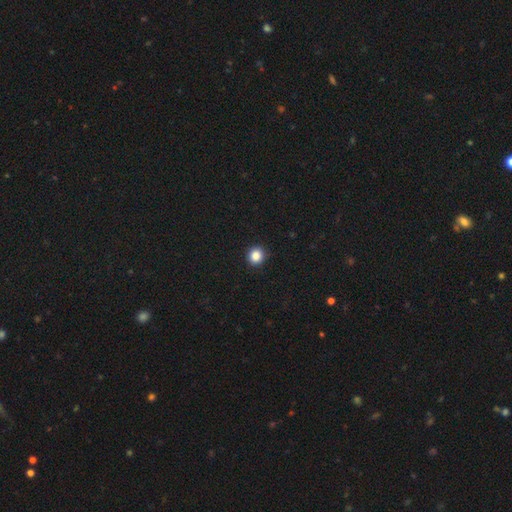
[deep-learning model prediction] This appears to be a smooth galaxy with no disk features (87%) that is round (88%). Merging: none (91%).